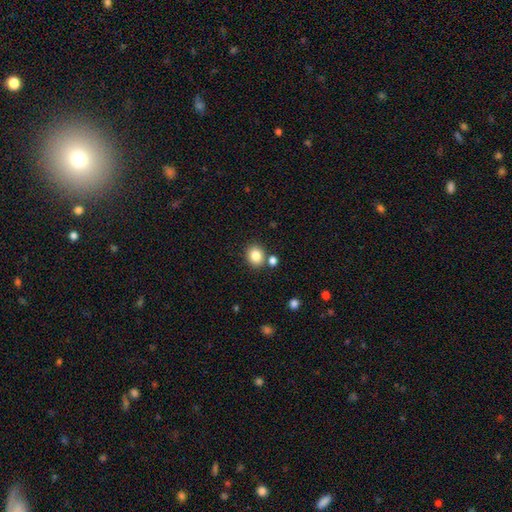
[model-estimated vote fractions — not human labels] smooth-or-featured: smooth: 84% | star or artifact: 10% | featured or disk: 6%
  how-rounded: round: 71% | in between: 28% | cigar-shaped: 1%
  merging: none: 78% | merger: 10% | minor disturbance: 9% | major disturbance: 3%